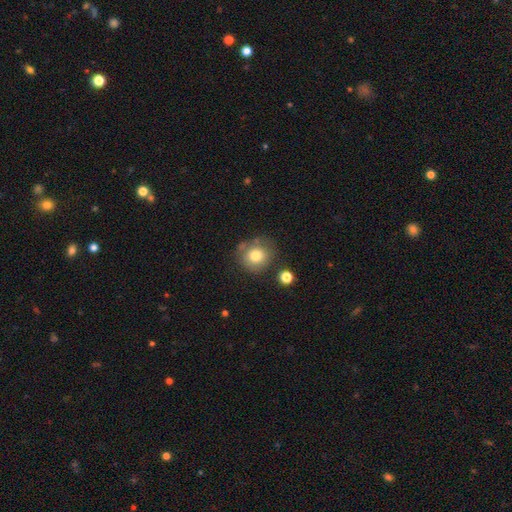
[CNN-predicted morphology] Smooth or featured?
  - smooth: 77% *
  - featured or disk: 13%
  - star or artifact: 10%
How rounded?
  - round: 87% *
  - in between: 12%
  - cigar-shaped: 1%
Merging?
  - none: 69% *
  - minor disturbance: 16%
  - merger: 9%
  - major disturbance: 6%